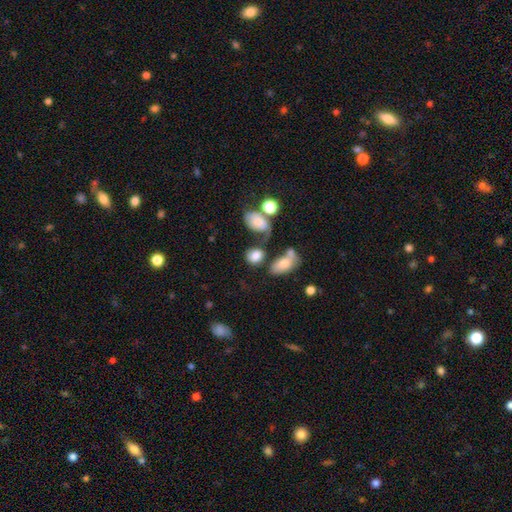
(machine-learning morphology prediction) smooth_or_featured: smooth (p=0.76) [alt: featured or disk p=0.13]
how_rounded: in between (p=0.63) [alt: round p=0.35]
merging: none (p=0.43) [alt: merger p=0.24]